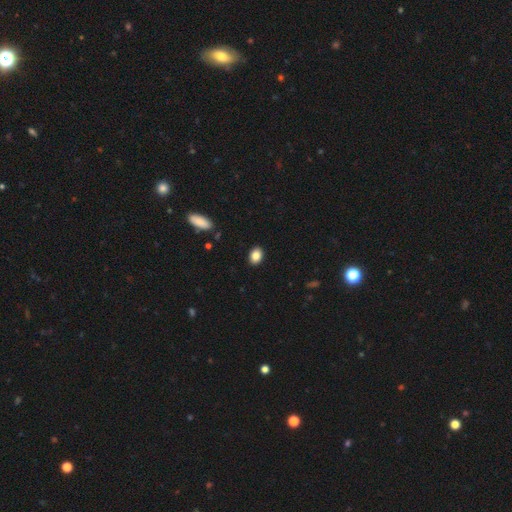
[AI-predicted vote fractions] Overall: smooth (86%). How rounded: in between (73%). Merging: none (90%).